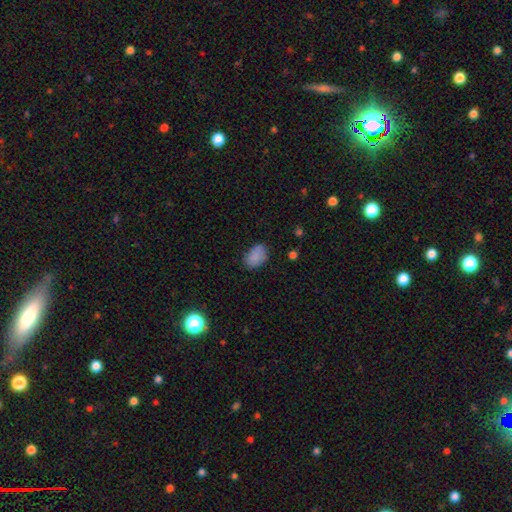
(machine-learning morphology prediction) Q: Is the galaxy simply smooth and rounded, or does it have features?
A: smooth — 84%.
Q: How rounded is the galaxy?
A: in between — 87%.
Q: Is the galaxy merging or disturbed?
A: none — 72%.